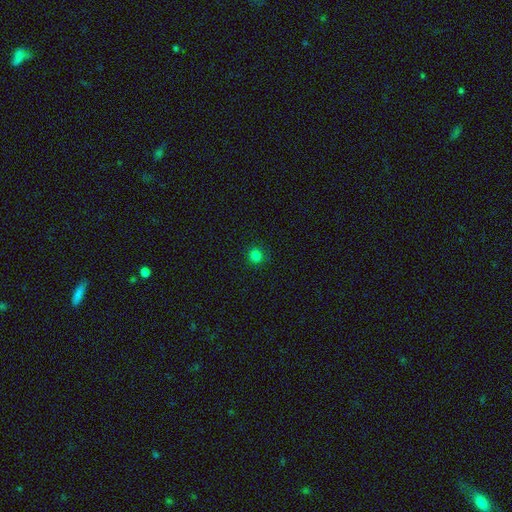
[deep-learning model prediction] Smooth or featured?
  - smooth: 81% *
  - star or artifact: 15%
  - featured or disk: 4%
How rounded?
  - round: 92% *
  - in between: 7%
  - cigar-shaped: 1%
Merging?
  - none: 90% *
  - minor disturbance: 7%
  - major disturbance: 2%
  - merger: 1%